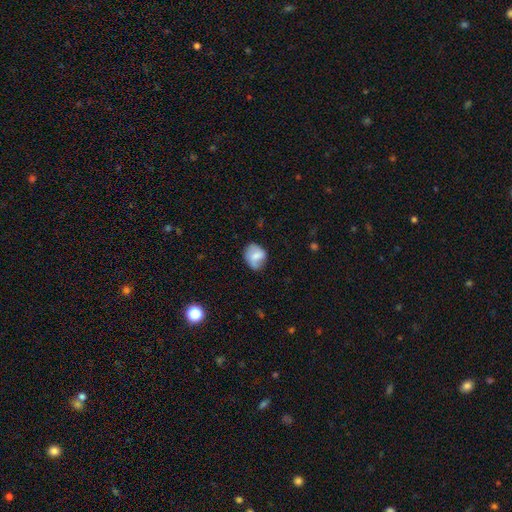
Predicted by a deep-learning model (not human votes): smooth-or-featured: smooth: 65% | featured or disk: 27% | star or artifact: 8%
  how-rounded: round: 52% | in between: 47% | cigar-shaped: 1%
  merging: none: 54% | minor disturbance: 32% | major disturbance: 12% | merger: 3%